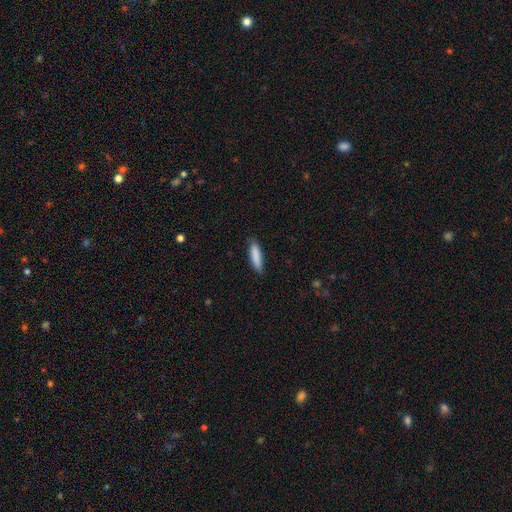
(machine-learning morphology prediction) Overall: smooth (88%). How rounded: cigar-shaped (66%; in between 32%). Merging: none (85%).